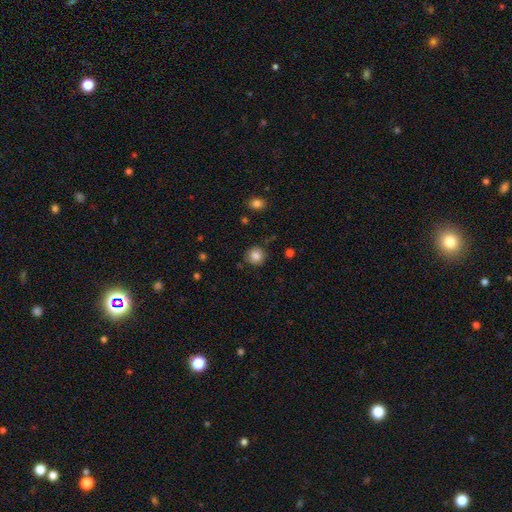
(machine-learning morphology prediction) Smooth or featured? Predicted: smooth (p=0.83). How rounded? Predicted: round (p=0.92). Merging? Predicted: none (p=0.86).